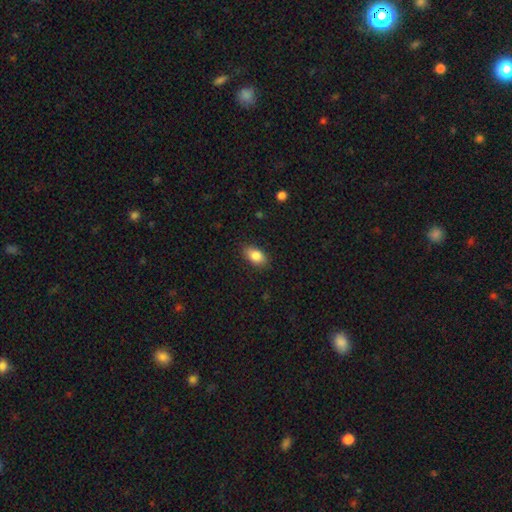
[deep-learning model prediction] Smooth or featured? smooth (85%)
How rounded? in between (89%)
Merging? none (85%)